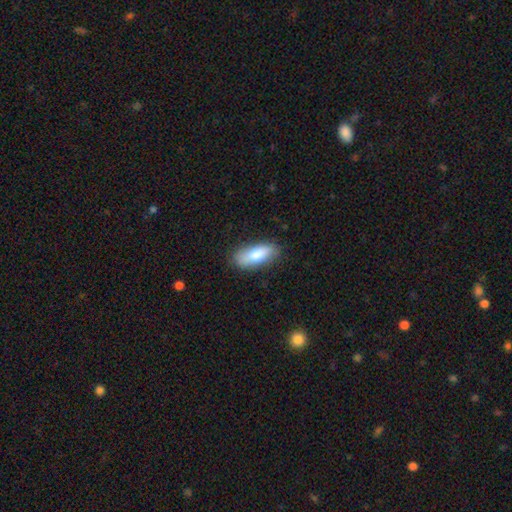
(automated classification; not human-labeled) The model was most divided on "how rounded": in between: 75%, cigar-shaped: 22%, round: 2%. More confident: merging — none (82%); smooth or featured — smooth (79%).